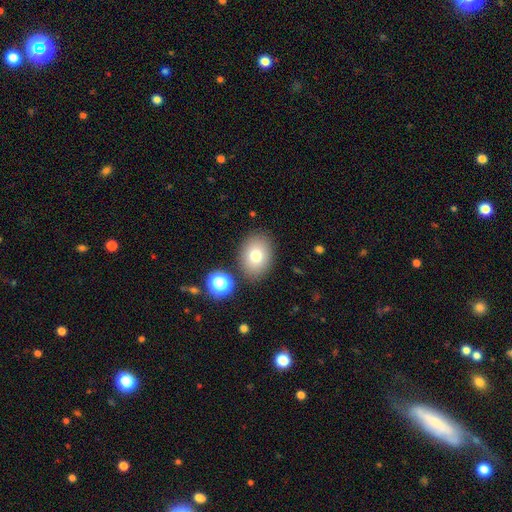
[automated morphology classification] This appears to be a smooth galaxy with no disk features (77%) that is in between round and cigar-shaped (63%). Merging: none (83%).